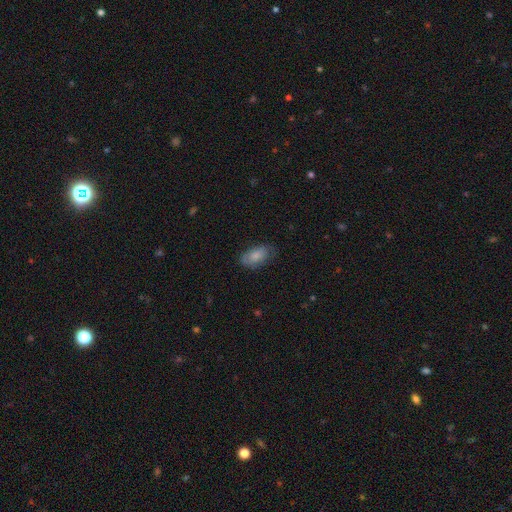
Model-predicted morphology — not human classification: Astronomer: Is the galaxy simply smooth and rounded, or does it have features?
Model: smooth — 78%.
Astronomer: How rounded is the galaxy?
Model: in between — 93%.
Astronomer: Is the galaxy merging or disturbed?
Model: none — 72%.